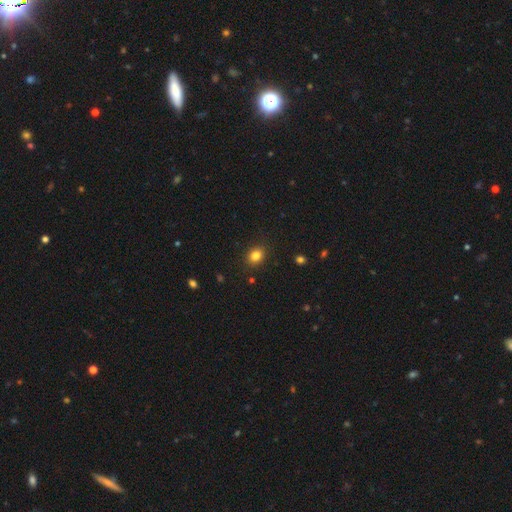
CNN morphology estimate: Smooth or featured? smooth (83%)
How rounded? round (58%)
Merging? none (88%)